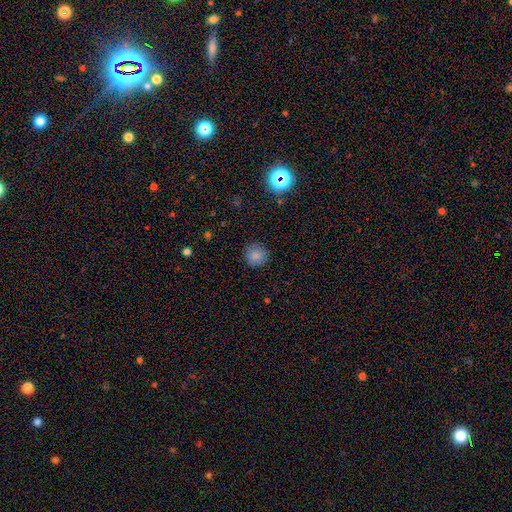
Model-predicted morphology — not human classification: Overall: smooth (83%). How rounded: round (93%). Merging: none (89%).